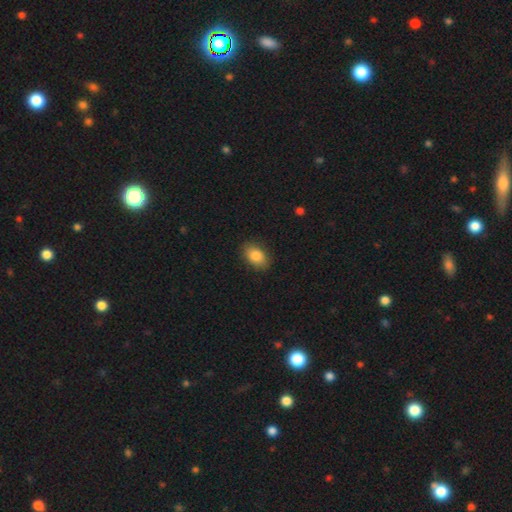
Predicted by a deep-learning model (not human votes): smooth_or_featured: smooth (p=0.85) [alt: star or artifact p=0.08]
how_rounded: in between (p=0.84) [alt: round p=0.15]
merging: none (p=0.85) [alt: minor disturbance p=0.11]